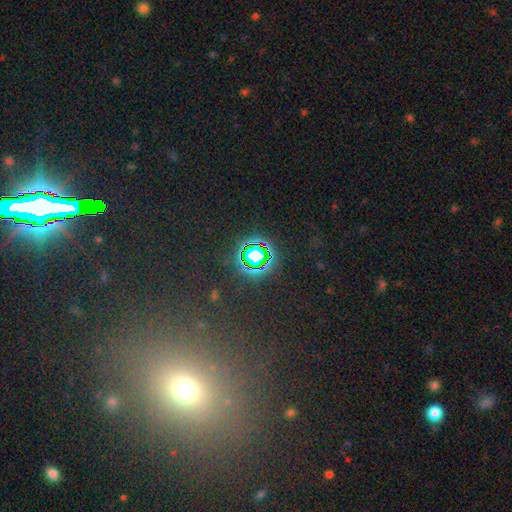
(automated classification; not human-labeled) A star or artifact, not a galaxy (77%).

Vote fractions:
- Smooth or featured? star or artifact: 77% / smooth: 13% / featured or disk: 10%